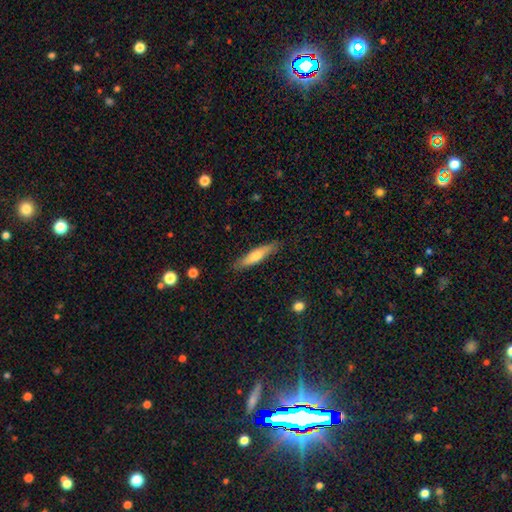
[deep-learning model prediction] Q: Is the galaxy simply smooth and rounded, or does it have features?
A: smooth — 62%.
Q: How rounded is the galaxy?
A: cigar-shaped — 81%.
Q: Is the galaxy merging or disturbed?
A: none — 85%.